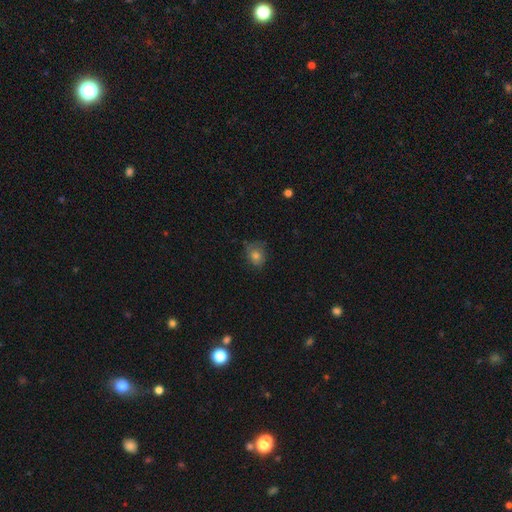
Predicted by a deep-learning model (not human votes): smooth-or-featured: smooth: 67% | featured or disk: 19% | star or artifact: 14%
  how-rounded: round: 62% | in between: 37% | cigar-shaped: 1%
  merging: none: 66% | minor disturbance: 24% | major disturbance: 8% | merger: 1%